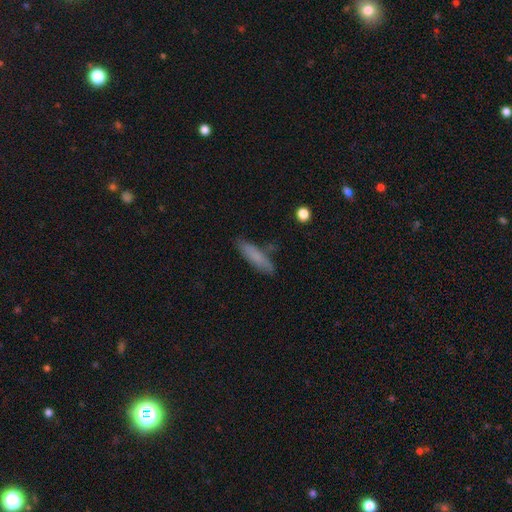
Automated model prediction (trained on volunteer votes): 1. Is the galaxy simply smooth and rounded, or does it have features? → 77% smooth, 16% featured or disk, 7% star or artifact.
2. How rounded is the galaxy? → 71% cigar-shaped, 27% in between, 2% round.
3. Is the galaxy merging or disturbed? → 77% none, 16% minor disturbance, 4% merger, 3% major disturbance.